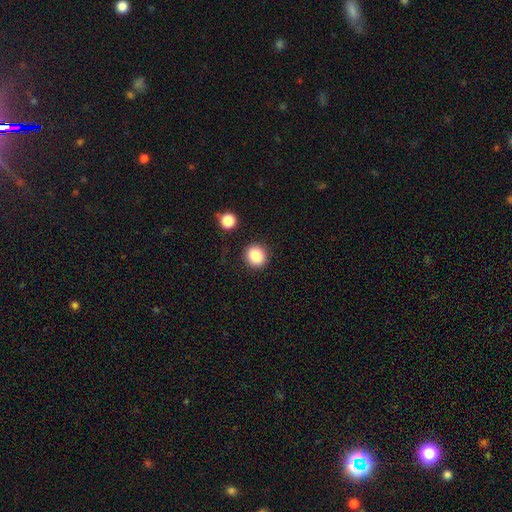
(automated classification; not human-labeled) smooth_or_featured: smooth (p=0.87) [alt: star or artifact p=0.09]
how_rounded: round (p=0.86) [alt: in between p=0.13]
merging: none (p=0.87) [alt: minor disturbance p=0.07]